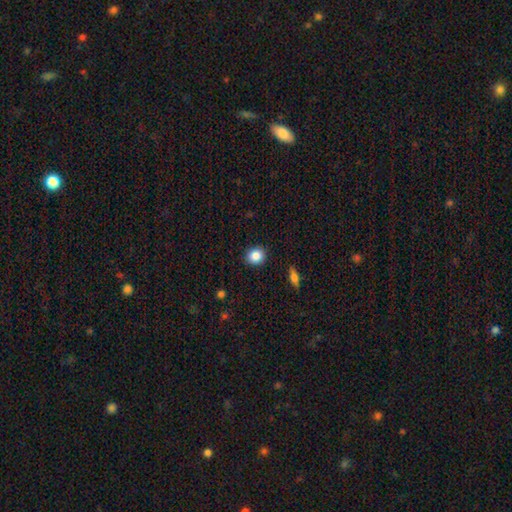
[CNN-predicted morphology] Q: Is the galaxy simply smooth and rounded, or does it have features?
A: smooth — 85%.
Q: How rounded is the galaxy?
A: round — 74%.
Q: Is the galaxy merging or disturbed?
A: none — 91%.